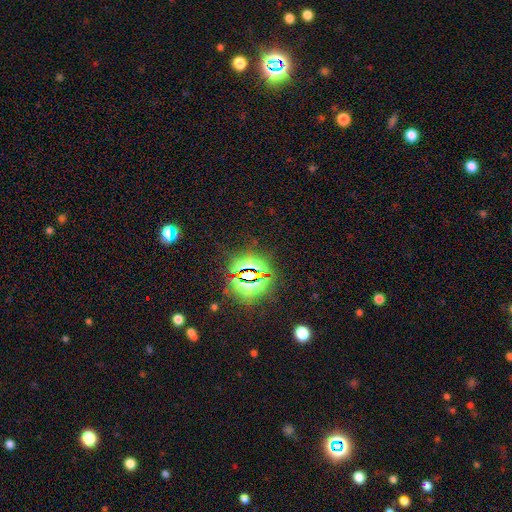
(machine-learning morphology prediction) smooth_or_featured: star or artifact (p=0.82) [alt: smooth p=0.11]